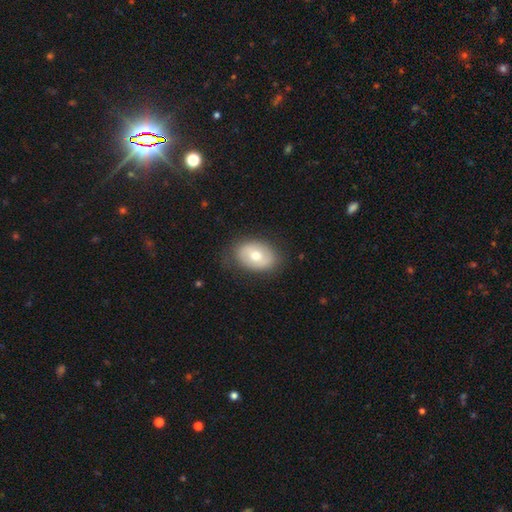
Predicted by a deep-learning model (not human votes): Smooth or featured? Predicted: smooth (p=0.62). How rounded? Predicted: in between (p=0.78). Merging? Predicted: none (p=0.81).